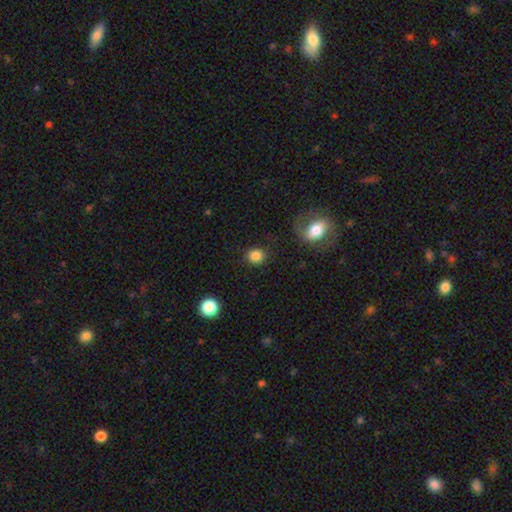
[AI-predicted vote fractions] The model was most divided on "how rounded": round: 80%, in between: 19%, cigar-shaped: 1%. More confident: merging — none (85%); smooth or featured — smooth (85%).